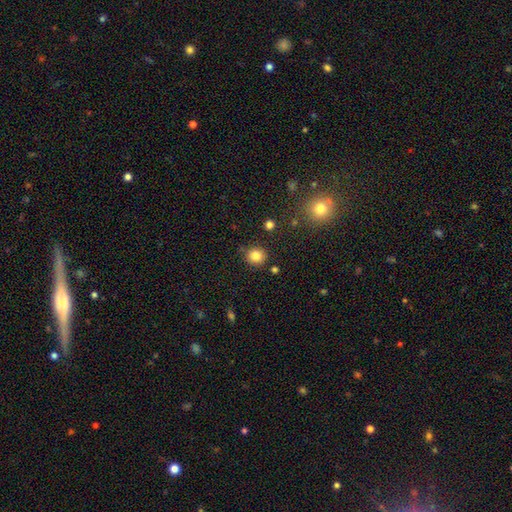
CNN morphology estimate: A smooth galaxy with no disk features (83%) that is round (88%). Merging: none (86%).